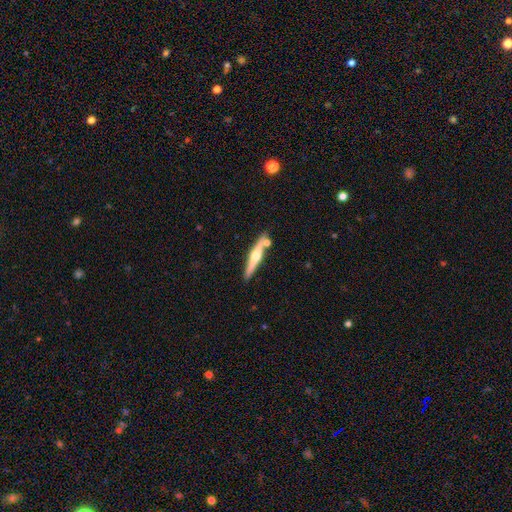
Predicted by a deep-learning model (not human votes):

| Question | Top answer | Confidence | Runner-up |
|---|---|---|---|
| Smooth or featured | featured or disk | 66% | smooth (28%) |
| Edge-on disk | yes | 97% | no (3%) |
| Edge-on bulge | rounded | 92% | none (5%) |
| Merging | none | 79% | minor disturbance (10%) |